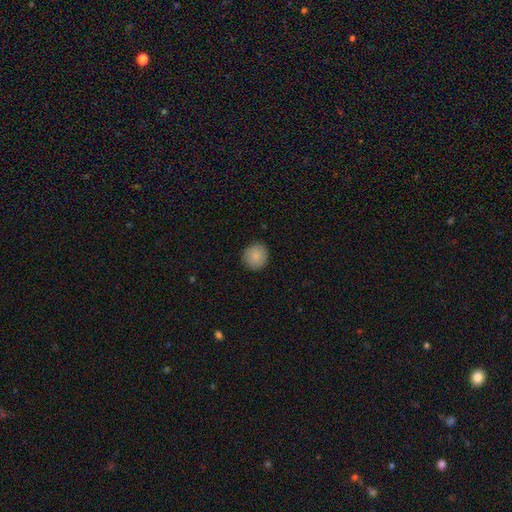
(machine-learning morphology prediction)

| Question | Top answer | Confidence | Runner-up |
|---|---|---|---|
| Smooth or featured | smooth | 86% | star or artifact (7%) |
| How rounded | round | 91% | in between (8%) |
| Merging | none | 89% | minor disturbance (8%) |